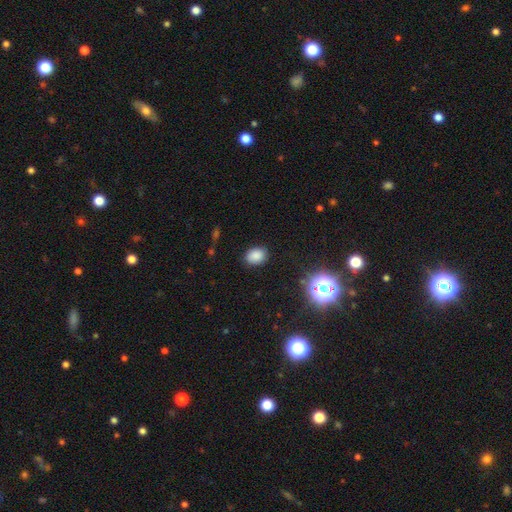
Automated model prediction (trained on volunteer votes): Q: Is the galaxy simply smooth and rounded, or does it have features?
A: smooth — 83%.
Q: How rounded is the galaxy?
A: in between — 67%.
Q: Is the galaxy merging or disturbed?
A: none — 86%.